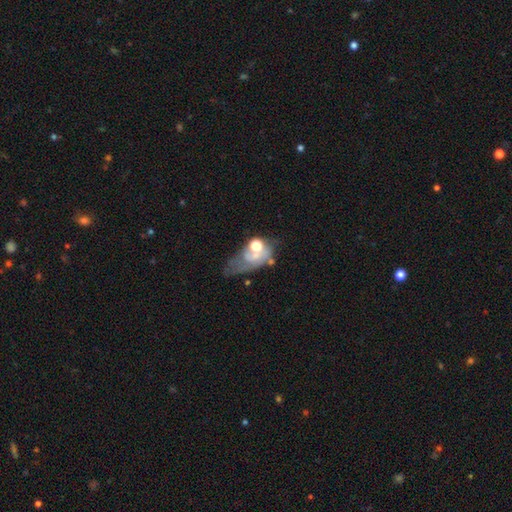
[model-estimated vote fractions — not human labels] Morphology: type=featured or disk (44%); merging=major disturbance (36%).